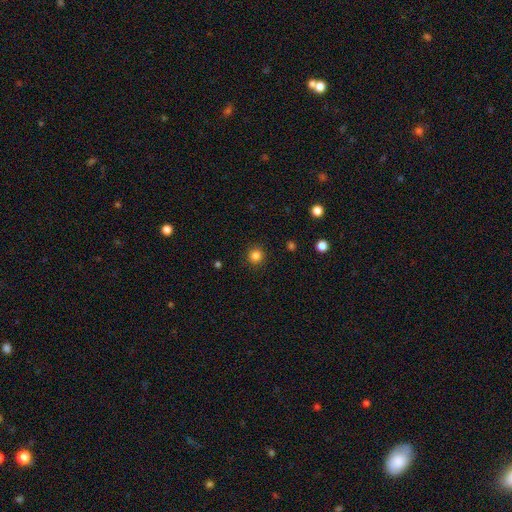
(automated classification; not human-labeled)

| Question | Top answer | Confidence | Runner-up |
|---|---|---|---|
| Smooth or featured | smooth | 84% | star or artifact (12%) |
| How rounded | round | 95% | in between (4%) |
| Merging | none | 92% | minor disturbance (5%) |